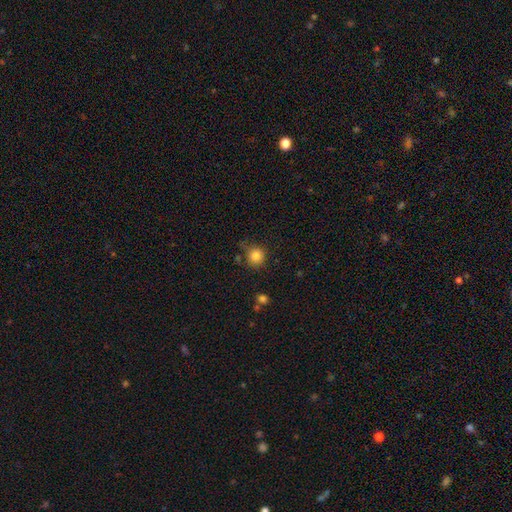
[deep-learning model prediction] Smooth or featured?
  - smooth: 84% *
  - star or artifact: 11%
  - featured or disk: 5%
How rounded?
  - round: 91% *
  - in between: 8%
  - cigar-shaped: 1%
Merging?
  - none: 73% *
  - minor disturbance: 17%
  - major disturbance: 5%
  - merger: 5%